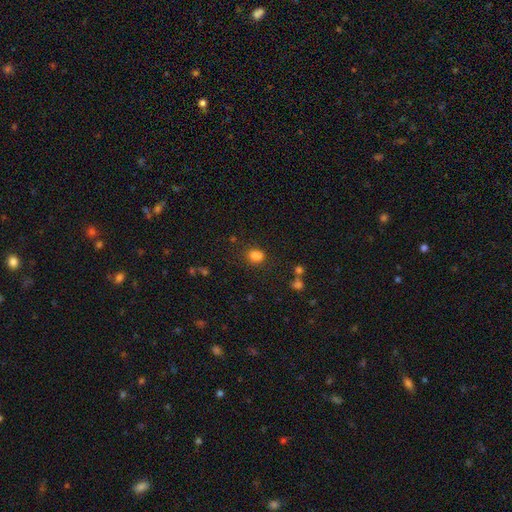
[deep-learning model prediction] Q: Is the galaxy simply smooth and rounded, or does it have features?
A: smooth — 80%.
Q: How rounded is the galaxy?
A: in between — 54%.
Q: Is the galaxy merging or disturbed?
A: none — 66%.